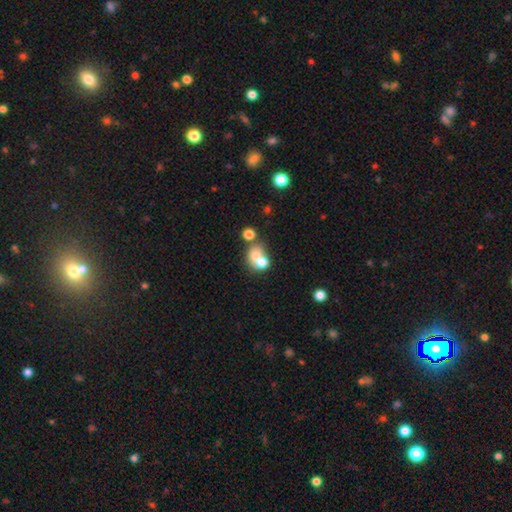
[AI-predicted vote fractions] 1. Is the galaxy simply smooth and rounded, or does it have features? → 69% smooth, 20% featured or disk, 12% star or artifact.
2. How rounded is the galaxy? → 63% round, 36% in between, 1% cigar-shaped.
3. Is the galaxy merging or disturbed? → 60% merger, 28% none, 7% minor disturbance, 5% major disturbance.